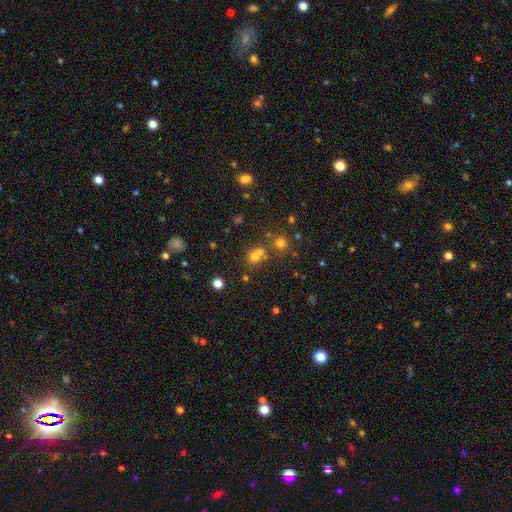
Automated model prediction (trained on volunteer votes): The model was most divided on "merging": none: 52%, merger: 36%, minor disturbance: 7%, major disturbance: 4%. More confident: how rounded — round (81%); smooth or featured — smooth (59%).